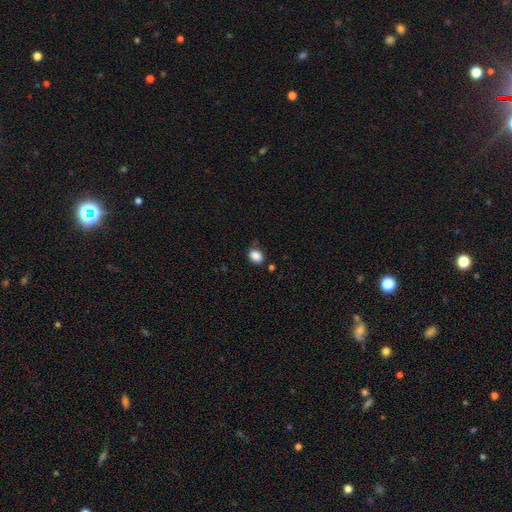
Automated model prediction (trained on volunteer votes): Smooth or featured?
  - smooth: 87% *
  - star or artifact: 9%
  - featured or disk: 4%
How rounded?
  - in between: 65% *
  - round: 34%
  - cigar-shaped: 1%
Merging?
  - none: 70% *
  - minor disturbance: 21%
  - major disturbance: 5%
  - merger: 3%